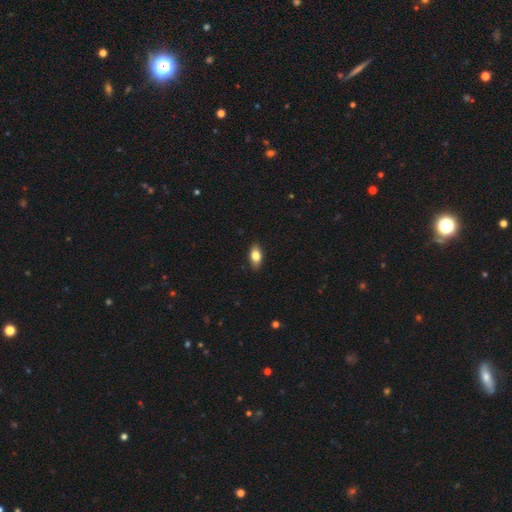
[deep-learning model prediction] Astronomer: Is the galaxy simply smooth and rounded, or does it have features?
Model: smooth — 81%.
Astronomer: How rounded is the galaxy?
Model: in between — 89%.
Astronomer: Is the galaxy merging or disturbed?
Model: none — 88%.